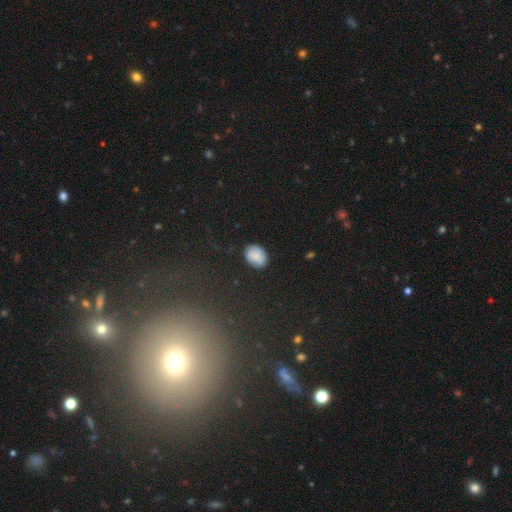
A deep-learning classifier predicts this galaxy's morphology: type=smooth (76%); roundness=in between (71%); merging=none (80%).